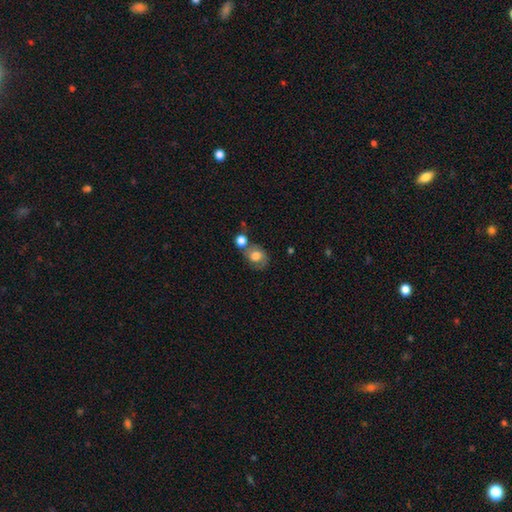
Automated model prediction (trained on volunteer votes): Morphology: type=smooth (65%); roundness=round (56%); merging=none (45%).